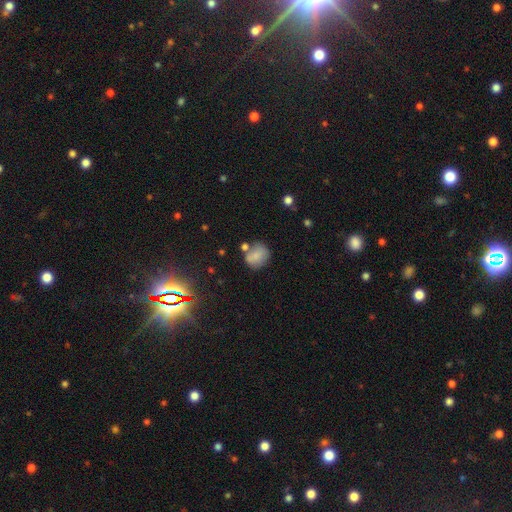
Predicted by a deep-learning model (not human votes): Smooth or featured?
  - smooth: 77% *
  - featured or disk: 12%
  - star or artifact: 11%
How rounded?
  - round: 63% *
  - in between: 36%
  - cigar-shaped: 1%
Merging?
  - none: 55% *
  - minor disturbance: 21%
  - merger: 17%
  - major disturbance: 7%